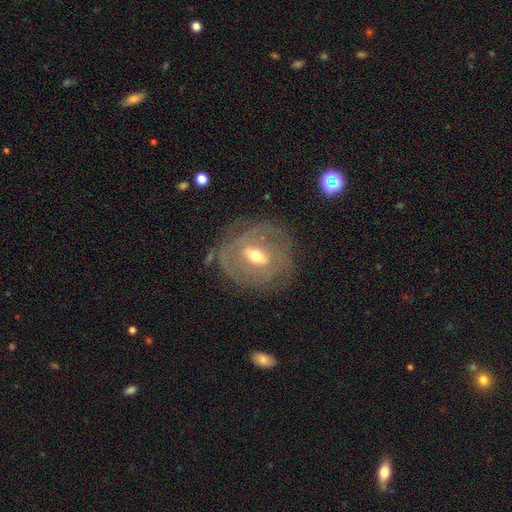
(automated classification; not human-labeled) Smooth or featured: featured or disk — 74% (smooth — 20%)
Edge-on disk: no — 93% (yes — 7%)
Bar: weak — 45% (strong — 34%)
Spiral arms: yes — 61% (no — 39%)
Bulge size: moderate — 62% (small — 32%)
Merging: none — 70% (minor disturbance — 18%)